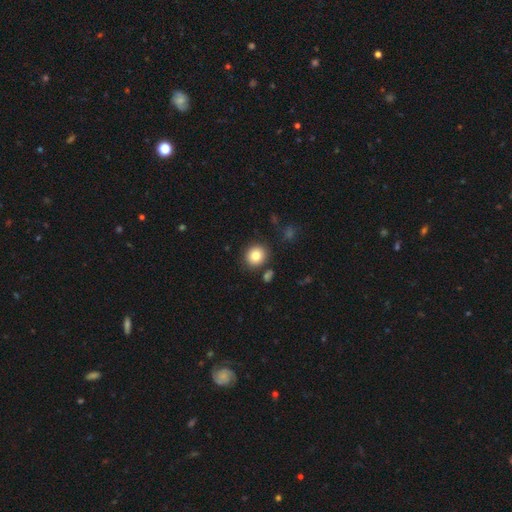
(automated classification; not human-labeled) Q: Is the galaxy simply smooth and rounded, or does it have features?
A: smooth — 84%.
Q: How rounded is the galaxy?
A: round — 83%.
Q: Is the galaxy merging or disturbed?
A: none — 85%.